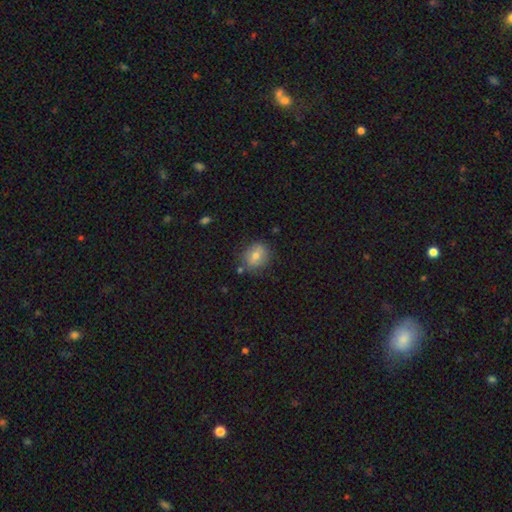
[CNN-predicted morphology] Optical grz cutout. It shows a smooth galaxy with no disk features (69%) that is round (62%). Merging: none (75%).